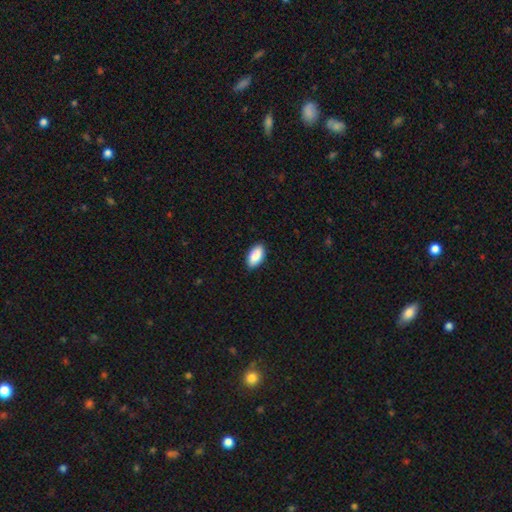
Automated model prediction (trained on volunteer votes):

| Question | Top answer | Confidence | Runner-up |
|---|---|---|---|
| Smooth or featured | smooth | 88% | star or artifact (6%) |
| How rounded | in between | 93% | cigar-shaped (4%) |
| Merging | none | 89% | minor disturbance (9%) |